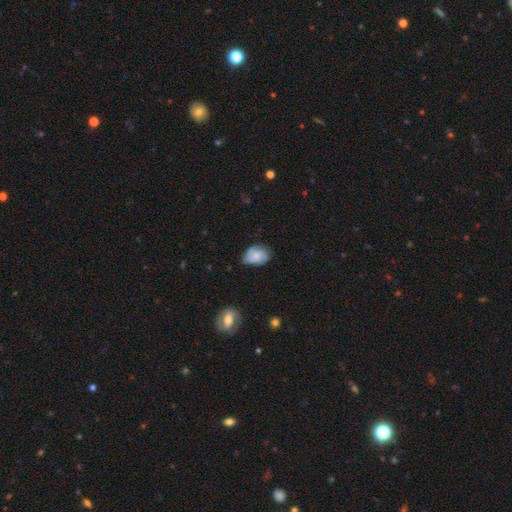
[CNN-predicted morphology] Smooth or featured: smooth — 63% (featured or disk — 29%)
How rounded: in between — 73% (round — 26%)
Merging: none — 55% (minor disturbance — 36%)